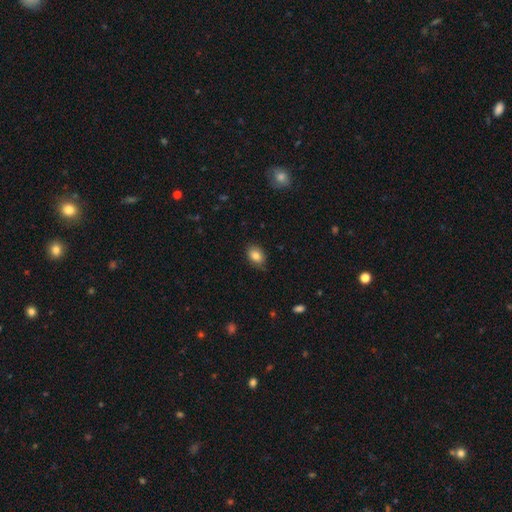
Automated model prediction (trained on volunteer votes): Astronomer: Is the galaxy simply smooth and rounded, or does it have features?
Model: smooth — 84%.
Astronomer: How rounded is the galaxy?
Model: in between — 80%.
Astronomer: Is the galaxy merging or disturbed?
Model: none — 80%.